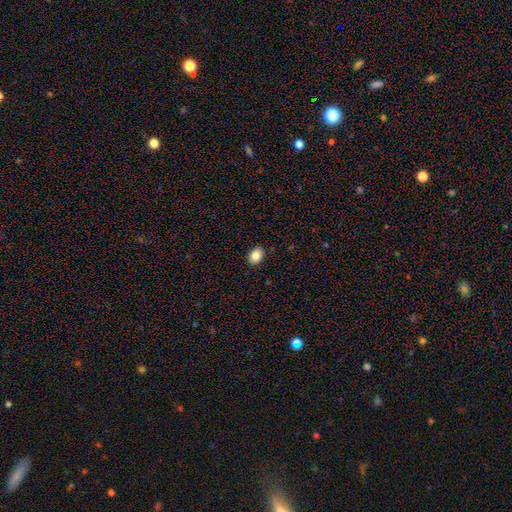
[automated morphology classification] smooth_or_featured: smooth (p=0.85) [alt: star or artifact p=0.09]
how_rounded: in between (p=0.66) [alt: round p=0.33]
merging: none (p=0.90) [alt: minor disturbance p=0.07]